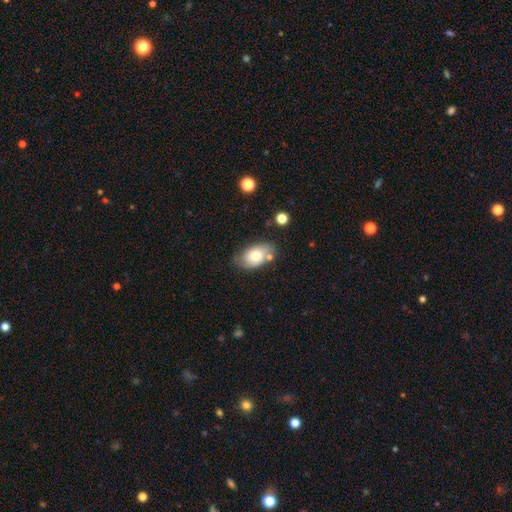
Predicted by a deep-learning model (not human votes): A smooth galaxy with no disk features (70%) that is in between round and cigar-shaped (89%).

Vote fractions:
- Smooth or featured? smooth: 70% / featured or disk: 22% / star or artifact: 8%
- How rounded? in between: 89% / round: 9% / cigar-shaped: 2%
- Merging? none: 64% / minor disturbance: 22% / merger: 9% / major disturbance: 5%